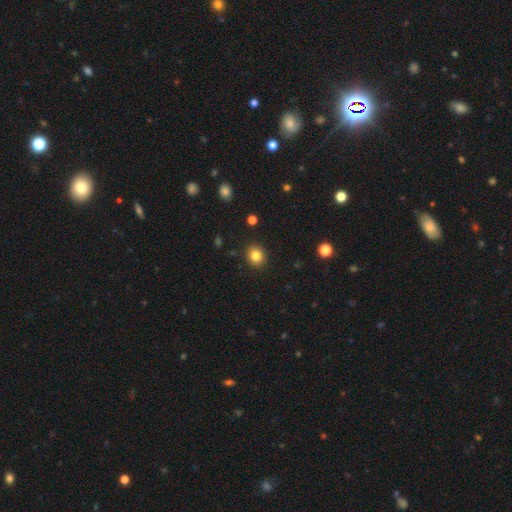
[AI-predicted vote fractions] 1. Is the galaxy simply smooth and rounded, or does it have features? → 83% smooth, 11% star or artifact, 6% featured or disk.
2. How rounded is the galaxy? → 71% round, 29% in between, 1% cigar-shaped.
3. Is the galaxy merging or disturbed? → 90% none, 7% minor disturbance, 2% major disturbance, 1% merger.